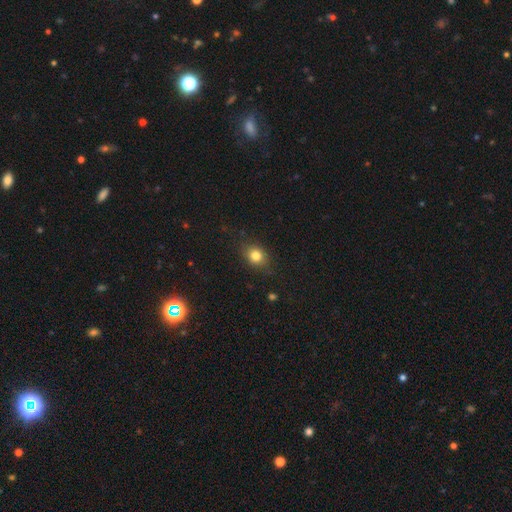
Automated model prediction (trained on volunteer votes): This is clearly a smooth galaxy (81%). How rounded: possibly round (59%). Merging: clearly none (80%).